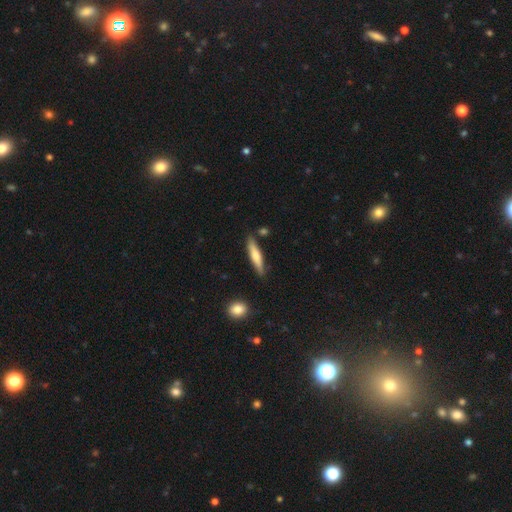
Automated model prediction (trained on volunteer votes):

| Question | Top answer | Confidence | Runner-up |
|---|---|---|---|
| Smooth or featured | smooth | 64% | featured or disk (31%) |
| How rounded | cigar-shaped | 84% | in between (14%) |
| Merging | none | 82% | minor disturbance (12%) |